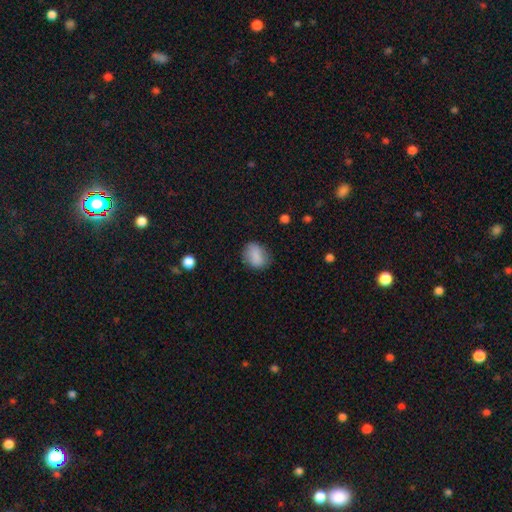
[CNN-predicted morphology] smooth_or_featured: smooth (p=0.83) [alt: featured or disk p=0.09]
how_rounded: in between (p=0.59) [alt: round p=0.40]
merging: none (p=0.76) [alt: minor disturbance p=0.18]